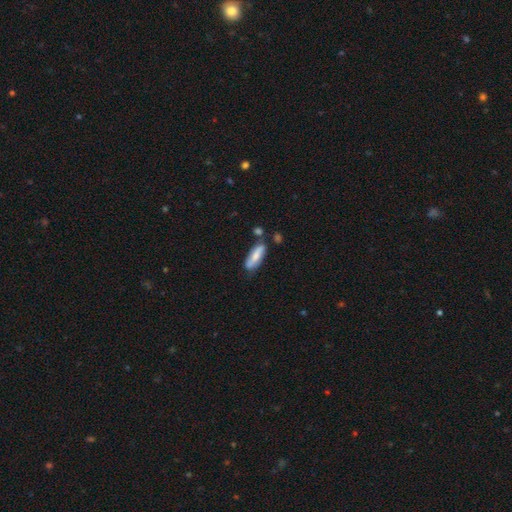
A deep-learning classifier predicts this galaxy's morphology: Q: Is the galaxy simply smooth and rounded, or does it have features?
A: smooth — 66%.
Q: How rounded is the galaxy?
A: in between — 52%.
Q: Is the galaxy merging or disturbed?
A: none — 64%.